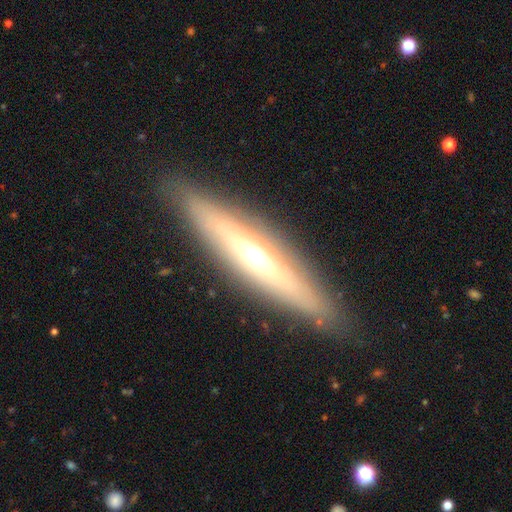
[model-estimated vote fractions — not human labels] Morphology: type=featured or disk (64%); edge-on=yes (86%); edge-on bulge=rounded (80%); merging=none (87%).